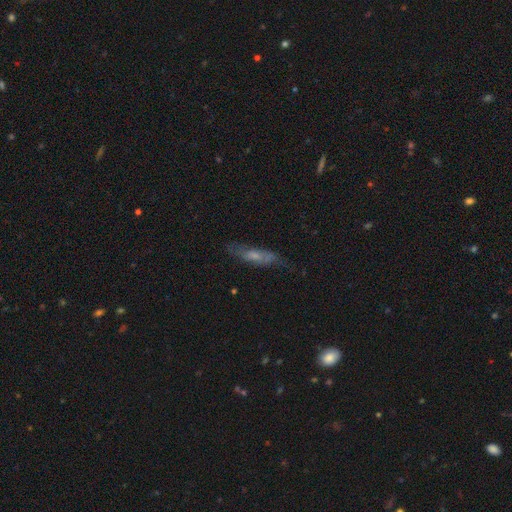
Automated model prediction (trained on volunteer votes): Smooth or featured?
  - featured or disk: 49% *
  - smooth: 42%
  - star or artifact: 9%
Merging?
  - none: 62% *
  - minor disturbance: 25%
  - major disturbance: 11%
  - merger: 2%